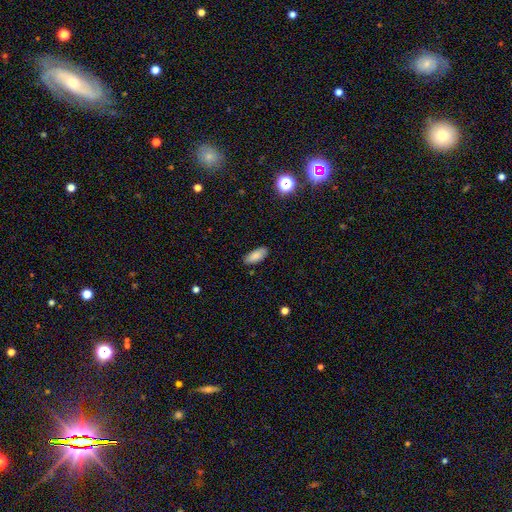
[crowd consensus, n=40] Volunteers were most divided on "smooth or featured": smooth: 88%, star or artifact: 8%, featured or disk: 5%. More confident: how rounded — in between (91%); merging — none (86%).